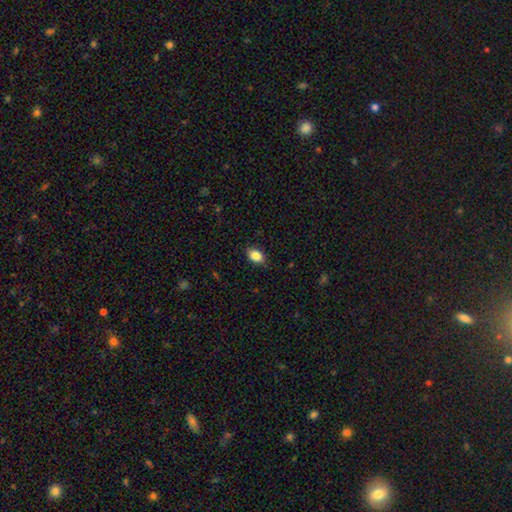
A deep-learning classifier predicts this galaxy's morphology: Overall: smooth (86%). How rounded: in between (84%). Merging: none (84%).